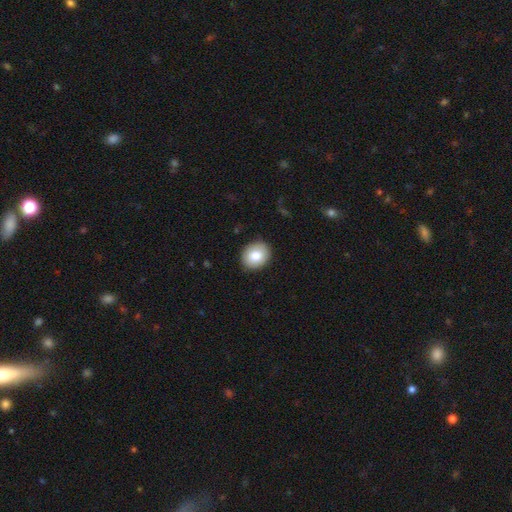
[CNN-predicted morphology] smooth 80%, featured or disk 12%, star or artifact 8%. Down the decision tree: how rounded — round (63%); merging — none (89%).